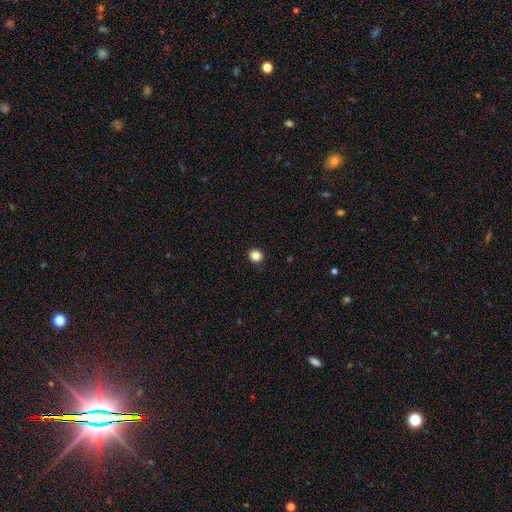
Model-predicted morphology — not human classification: smooth-or-featured: smooth: 85% | star or artifact: 12% | featured or disk: 4%
  how-rounded: round: 79% | in between: 20% | cigar-shaped: 1%
  merging: none: 92% | minor disturbance: 5% | major disturbance: 2% | merger: 1%